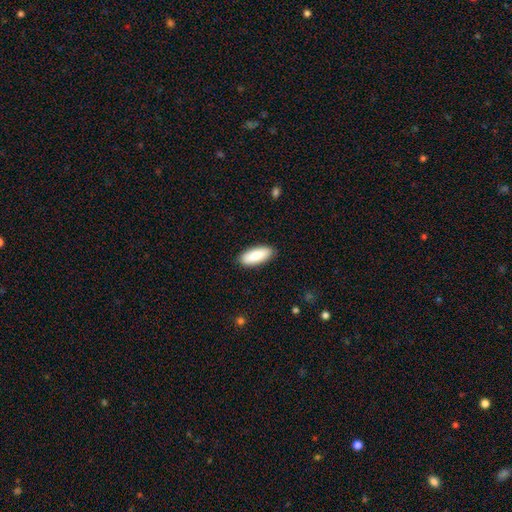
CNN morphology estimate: smooth 86%, featured or disk 9%, star or artifact 6%. Down the decision tree: how rounded — in between (79%); merging — none (89%).